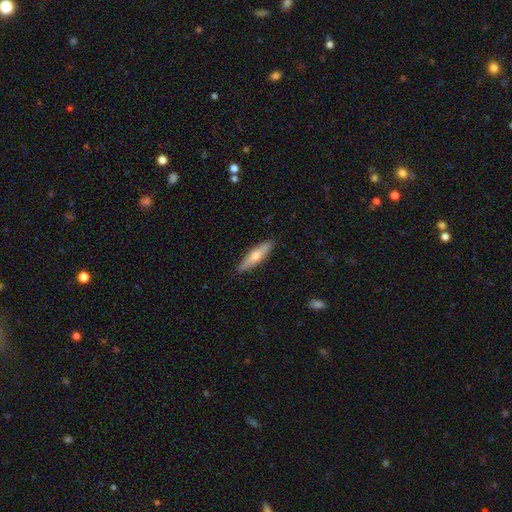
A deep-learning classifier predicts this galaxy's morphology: smooth-or-featured: smooth: 59% | featured or disk: 35% | star or artifact: 6%
  how-rounded: cigar-shaped: 70% | in between: 28% | round: 2%
  merging: none: 88% | minor disturbance: 9% | major disturbance: 2% | merger: 1%